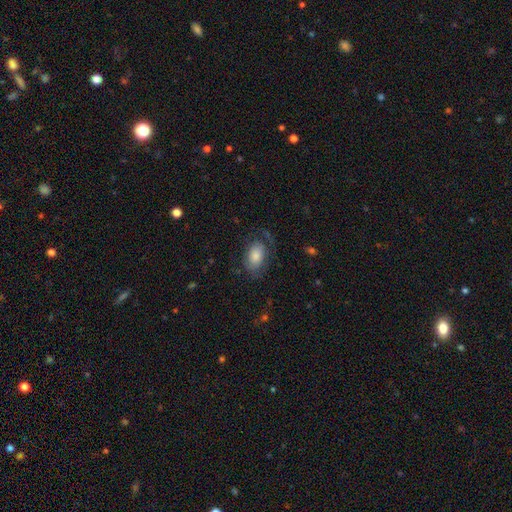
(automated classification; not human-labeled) A smooth galaxy with no disk features (72%) that is in between round and cigar-shaped (89%).

Vote fractions:
- Smooth or featured? smooth: 72% / featured or disk: 20% / star or artifact: 7%
- How rounded? in between: 89% / round: 10% / cigar-shaped: 1%
- Merging? none: 58% / minor disturbance: 22% / major disturbance: 19% / merger: 2%